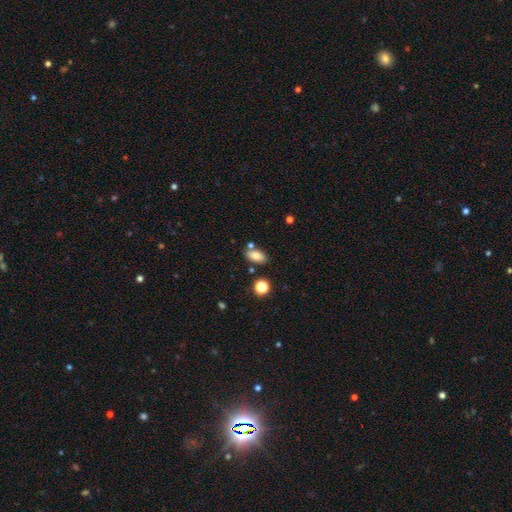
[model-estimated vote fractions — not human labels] Smooth or featured: smooth — 81% (star or artifact — 10%)
How rounded: in between — 89% (round — 7%)
Merging: none — 72% (minor disturbance — 13%)